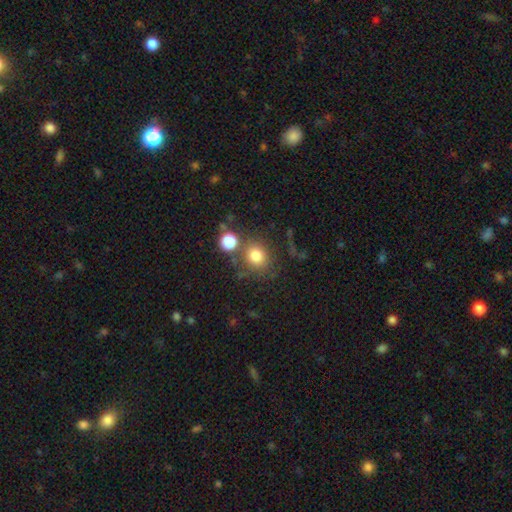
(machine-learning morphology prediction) This is likely a smooth galaxy (79%). How rounded: clearly round (82%). Merging: likely none (65%).